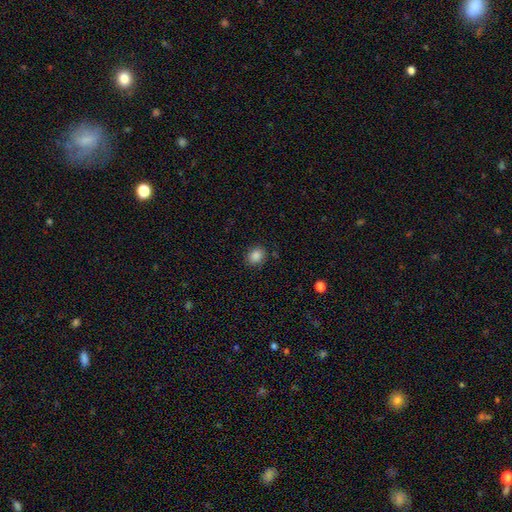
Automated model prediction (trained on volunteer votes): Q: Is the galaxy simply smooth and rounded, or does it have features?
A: smooth — 86%.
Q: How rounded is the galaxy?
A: round — 56%.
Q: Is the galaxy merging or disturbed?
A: none — 86%.